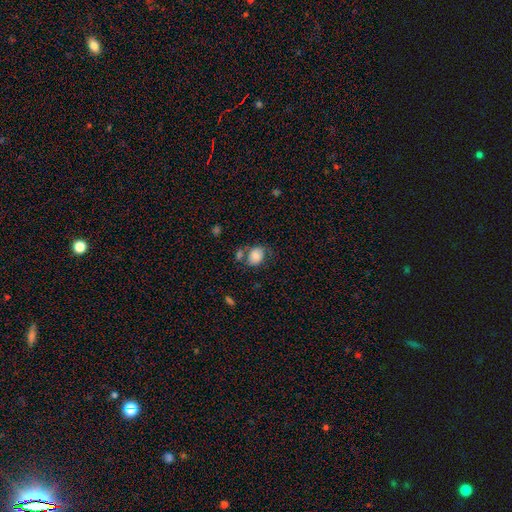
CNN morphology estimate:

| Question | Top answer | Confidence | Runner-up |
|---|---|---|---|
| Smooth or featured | smooth | 76% | featured or disk (15%) |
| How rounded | in between | 60% | round (39%) |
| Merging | none | 48% | minor disturbance (22%) |